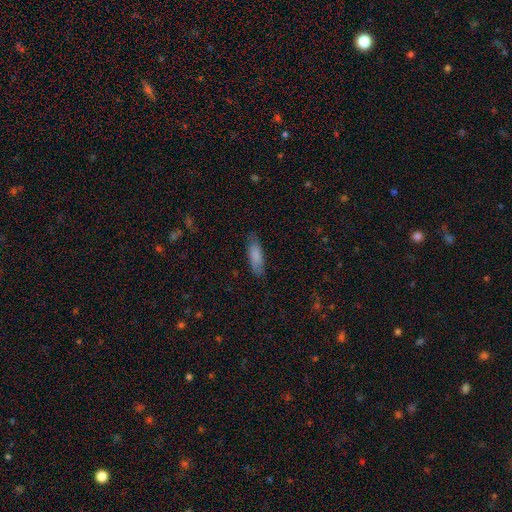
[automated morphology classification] smooth_or_featured: smooth (p=0.81) [alt: featured or disk p=0.13]
how_rounded: in between (p=0.54) [alt: cigar-shaped p=0.44]
merging: none (p=0.80) [alt: minor disturbance p=0.16]